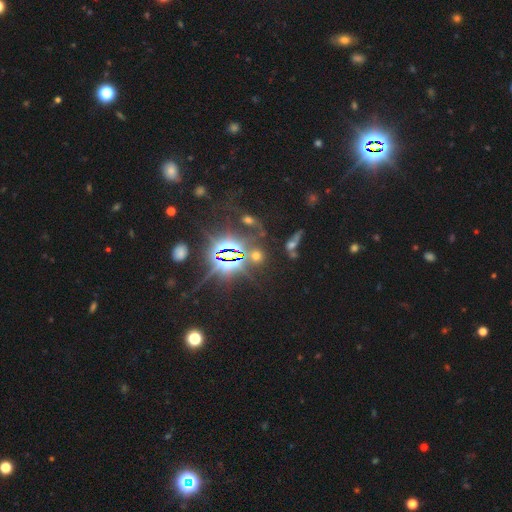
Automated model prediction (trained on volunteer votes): Morphology: type=star or artifact (57%).